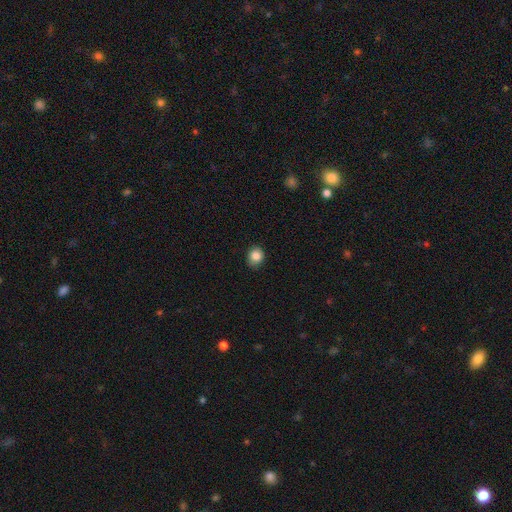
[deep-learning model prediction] Morphology: type=smooth (85%); roundness=round (69%); merging=none (83%).